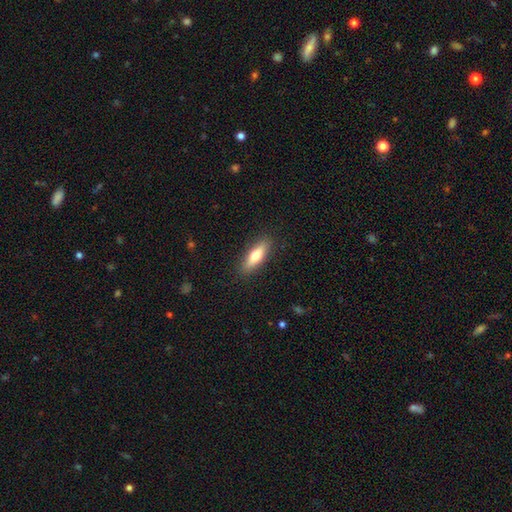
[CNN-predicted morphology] smooth-or-featured: smooth: 65% | featured or disk: 29% | star or artifact: 6%
  how-rounded: cigar-shaped: 54% | in between: 43% | round: 2%
  merging: none: 89% | minor disturbance: 8% | major disturbance: 2% | merger: 1%